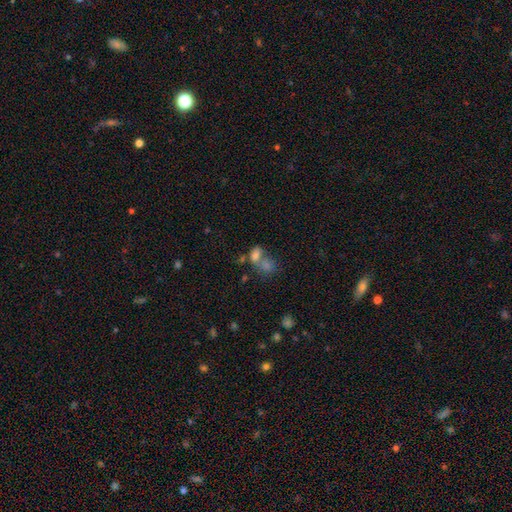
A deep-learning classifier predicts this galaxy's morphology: Overall: smooth (73%). How rounded: in between (77%). Merging: merger (61%; none 23%).